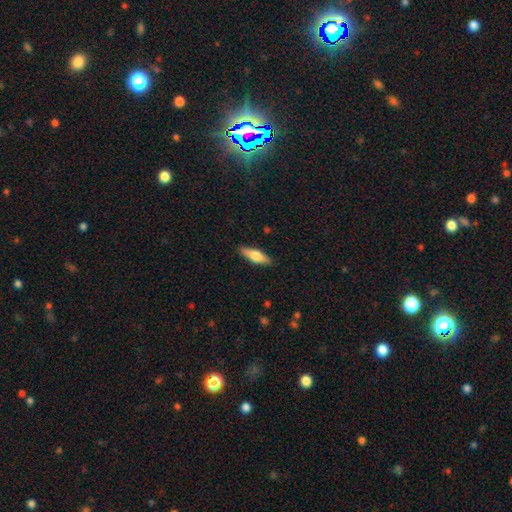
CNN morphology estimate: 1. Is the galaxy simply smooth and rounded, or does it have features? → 59% smooth, 35% featured or disk, 6% star or artifact.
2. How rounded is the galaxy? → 49% cigar-shaped, 48% in between, 2% round.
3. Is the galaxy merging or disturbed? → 88% none, 9% minor disturbance, 2% major disturbance, 1% merger.